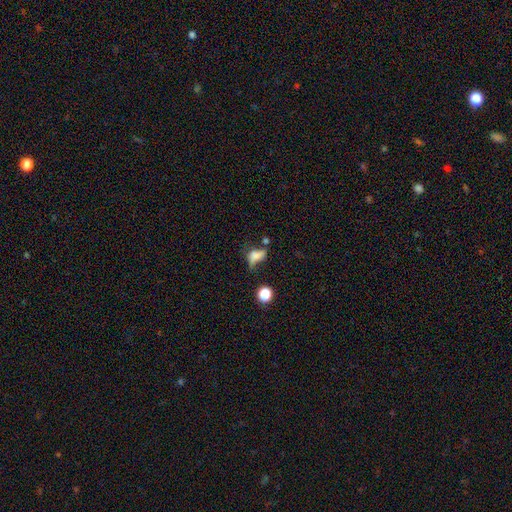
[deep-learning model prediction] A smooth galaxy with no disk features (58%) that is in between round and cigar-shaped (72%). Merging: major disturbance (33%).